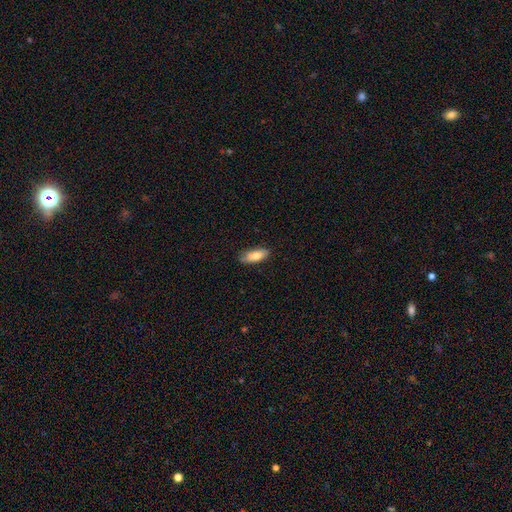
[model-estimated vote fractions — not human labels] The model was most divided on "merging": none: 76%, minor disturbance: 19%, major disturbance: 3%, merger: 1%. More confident: smooth or featured — smooth (79%); how rounded — in between (78%).